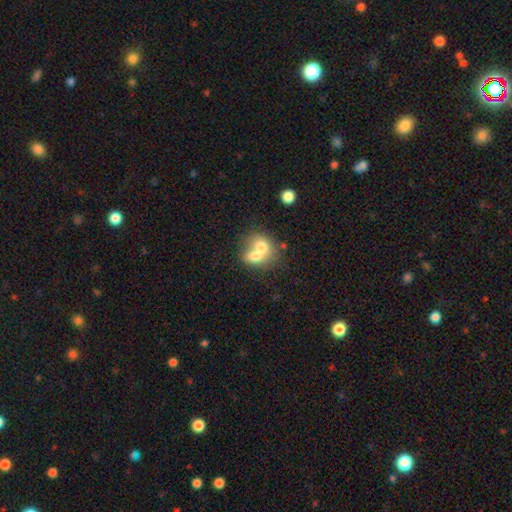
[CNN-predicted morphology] A smooth galaxy with no disk features (68%) that is round (52%).

Vote fractions:
- Smooth or featured? smooth: 68% / featured or disk: 23% / star or artifact: 9%
- How rounded? round: 52% / in between: 47% / cigar-shaped: 1%
- Merging? merger: 73% / none: 18% / minor disturbance: 6% / major disturbance: 3%